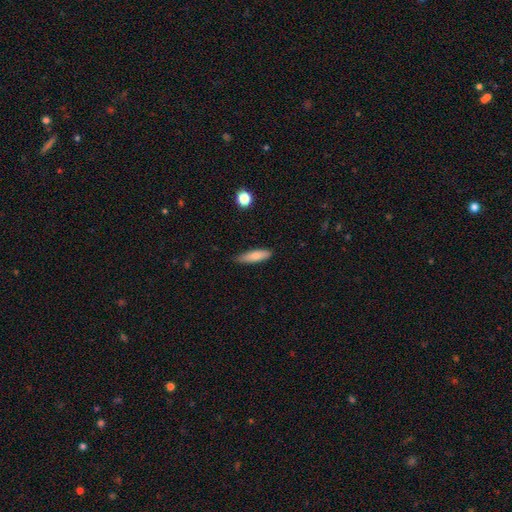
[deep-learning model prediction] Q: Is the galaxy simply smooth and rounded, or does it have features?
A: smooth — 75%.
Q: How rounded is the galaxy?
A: cigar-shaped — 58%.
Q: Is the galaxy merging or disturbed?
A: none — 82%.